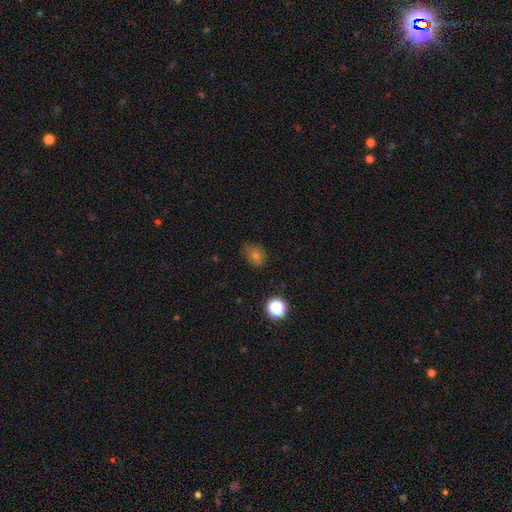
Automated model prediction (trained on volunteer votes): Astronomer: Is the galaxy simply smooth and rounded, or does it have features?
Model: smooth — 66%.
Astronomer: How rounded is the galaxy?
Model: round — 52% (runner-up: in between, 47%).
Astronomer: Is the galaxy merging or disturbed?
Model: none — 70%.